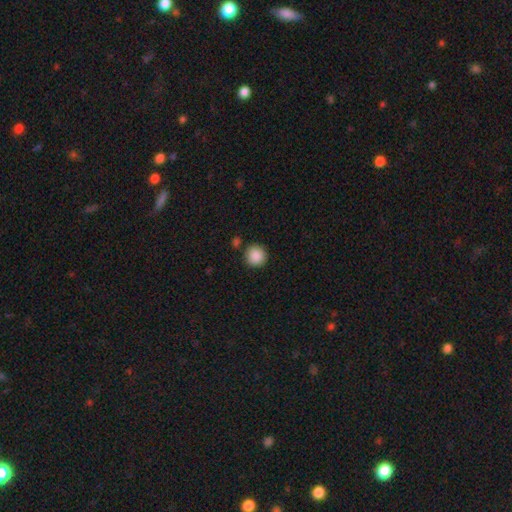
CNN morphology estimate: smooth_or_featured: smooth (p=0.89) [alt: star or artifact p=0.08]
how_rounded: round (p=0.94) [alt: in between p=0.05]
merging: none (p=0.86) [alt: minor disturbance p=0.08]